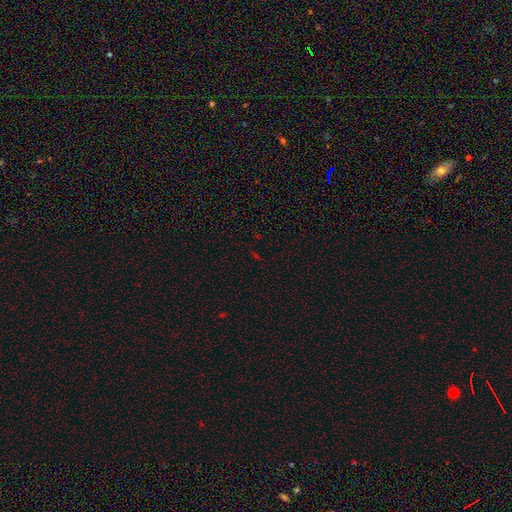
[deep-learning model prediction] A star or artifact, not a galaxy (66%).

Vote fractions:
- Smooth or featured? star or artifact: 66% / smooth: 25% / featured or disk: 9%